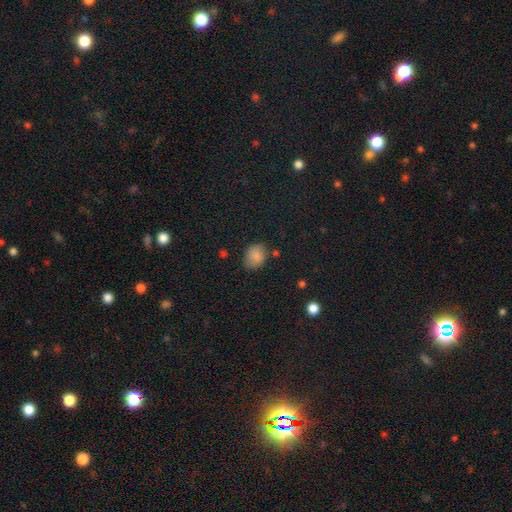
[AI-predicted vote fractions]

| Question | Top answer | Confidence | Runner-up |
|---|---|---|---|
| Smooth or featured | smooth | 82% | star or artifact (11%) |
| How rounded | round | 50% | in between (49%) |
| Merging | none | 72% | minor disturbance (20%) |